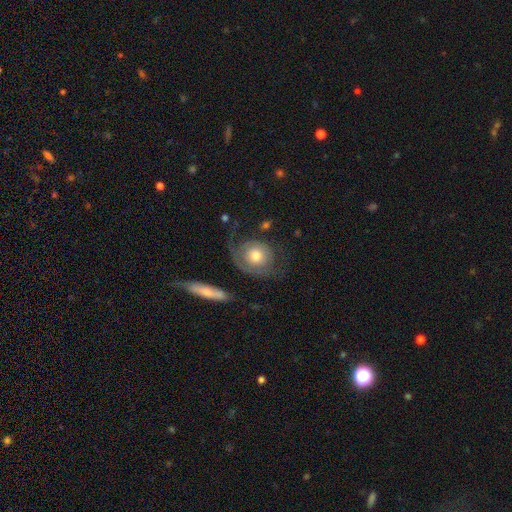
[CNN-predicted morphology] Smooth or featured? Predicted: featured or disk (p=0.51). Edge-on disk? Predicted: no (p=0.95). Merging? Predicted: none (p=0.46).